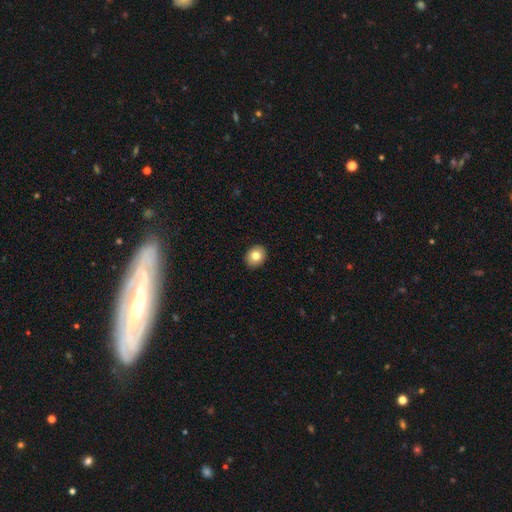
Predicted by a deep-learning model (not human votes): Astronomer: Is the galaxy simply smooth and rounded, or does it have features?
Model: smooth — 80%.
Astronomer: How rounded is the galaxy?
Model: round — 55% (runner-up: in between, 44%).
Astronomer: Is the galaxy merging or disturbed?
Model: none — 92%.